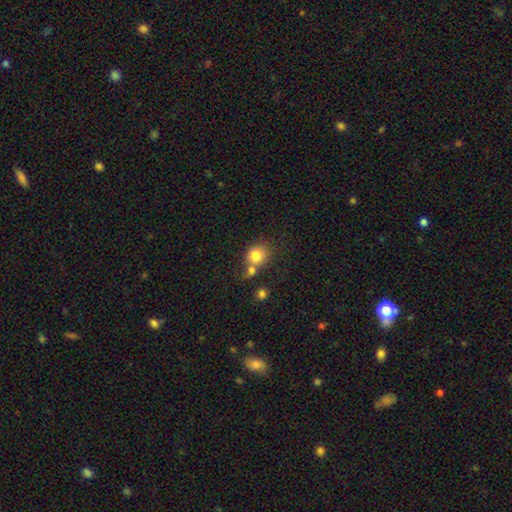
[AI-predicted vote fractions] Morphology: type=smooth (81%); roundness=round (74%); merging=none (45%).